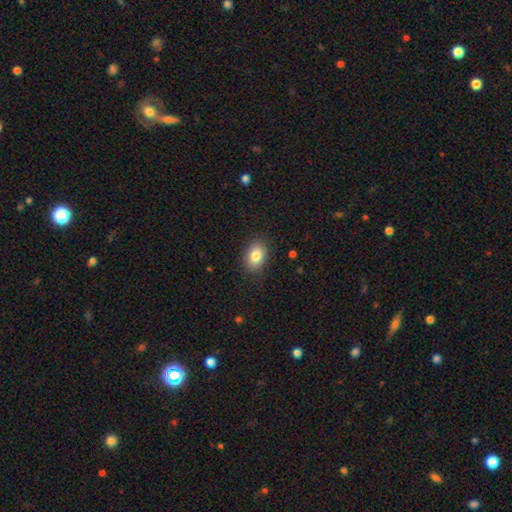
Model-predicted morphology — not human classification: smooth-or-featured: smooth: 84% | featured or disk: 8% | star or artifact: 8%
  how-rounded: in between: 82% | round: 17% | cigar-shaped: 1%
  merging: none: 87% | minor disturbance: 10% | major disturbance: 3% | merger: 1%